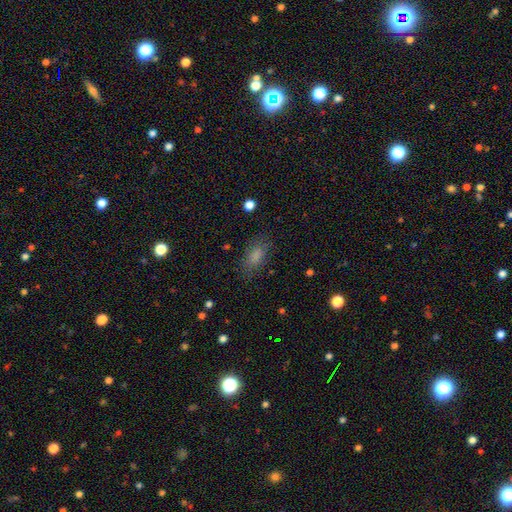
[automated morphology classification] smooth_or_featured: smooth (p=0.78) [alt: star or artifact p=0.11]
how_rounded: in between (p=0.87) [alt: round p=0.07]
merging: none (p=0.74) [alt: minor disturbance p=0.17]